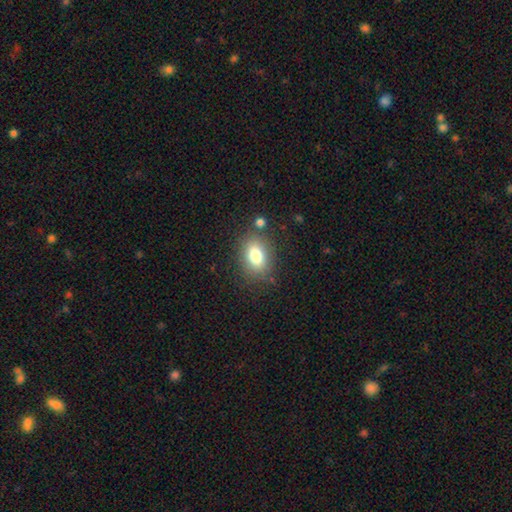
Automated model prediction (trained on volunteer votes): Overall: smooth (79%). How rounded: in between (73%). Merging: none (79%).